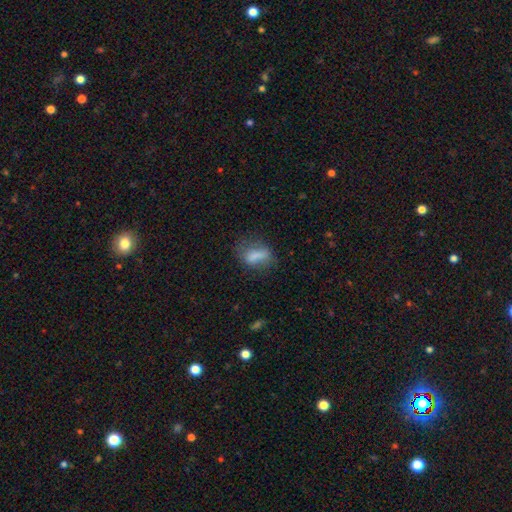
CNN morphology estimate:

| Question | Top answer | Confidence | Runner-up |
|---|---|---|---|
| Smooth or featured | smooth | 70% | featured or disk (20%) |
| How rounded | in between | 75% | cigar-shaped (14%) |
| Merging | none | 48% | minor disturbance (27%) |